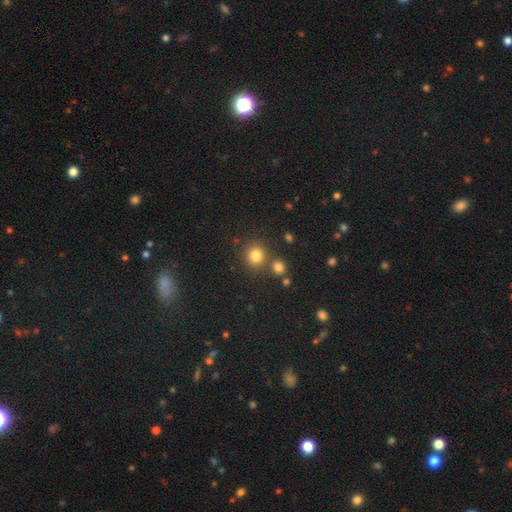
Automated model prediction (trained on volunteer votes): Smooth or featured?
  - smooth: 80% *
  - star or artifact: 14%
  - featured or disk: 6%
How rounded?
  - round: 88% *
  - in between: 11%
  - cigar-shaped: 1%
Merging?
  - none: 77% *
  - merger: 12%
  - minor disturbance: 8%
  - major disturbance: 3%